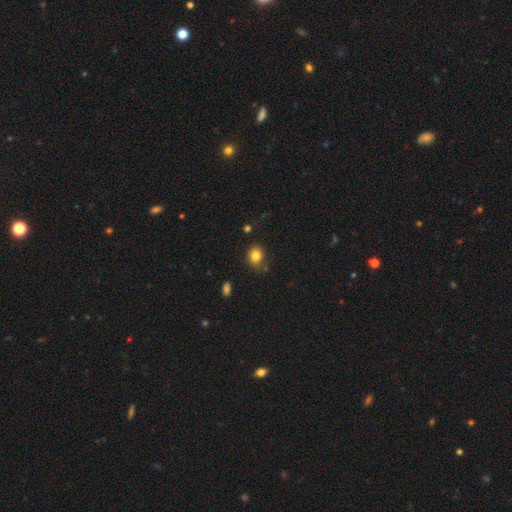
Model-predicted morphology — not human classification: A smooth galaxy with no disk features (83%) that is round (55%).

Vote fractions:
- Smooth or featured? smooth: 83% / star or artifact: 11% / featured or disk: 7%
- How rounded? round: 55% / in between: 44% / cigar-shaped: 1%
- Merging? none: 77% / minor disturbance: 17% / major disturbance: 4% / merger: 3%